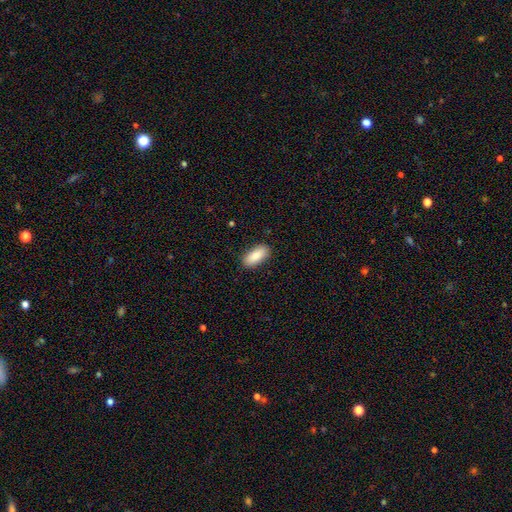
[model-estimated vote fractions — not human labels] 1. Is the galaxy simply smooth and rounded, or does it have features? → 88% smooth, 6% star or artifact, 6% featured or disk.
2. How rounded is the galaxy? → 87% in between, 11% cigar-shaped, 2% round.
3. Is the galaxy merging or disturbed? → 88% none, 9% minor disturbance, 2% major disturbance, 1% merger.